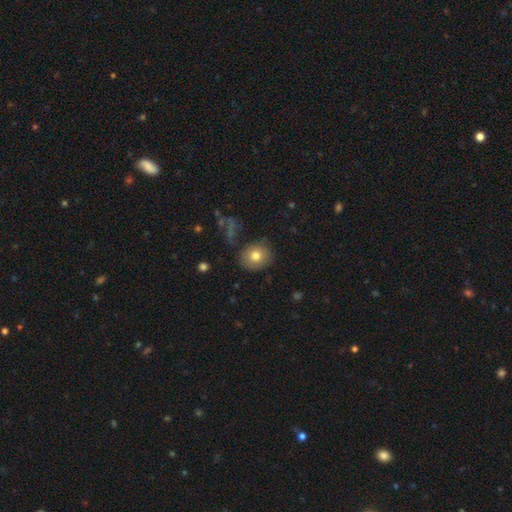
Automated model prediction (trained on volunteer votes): smooth_or_featured: smooth (p=0.77) [alt: featured or disk p=0.13]
how_rounded: round (p=0.76) [alt: in between p=0.23]
merging: none (p=0.82) [alt: minor disturbance p=0.12]